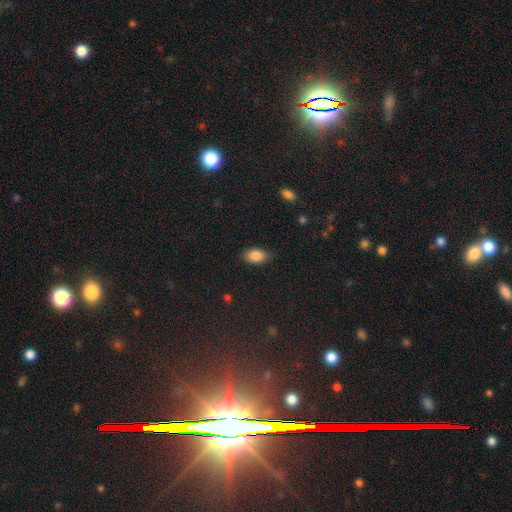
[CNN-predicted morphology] smooth 86%, star or artifact 8%, featured or disk 6%. Down the decision tree: how rounded — in between (91%); merging — none (86%).